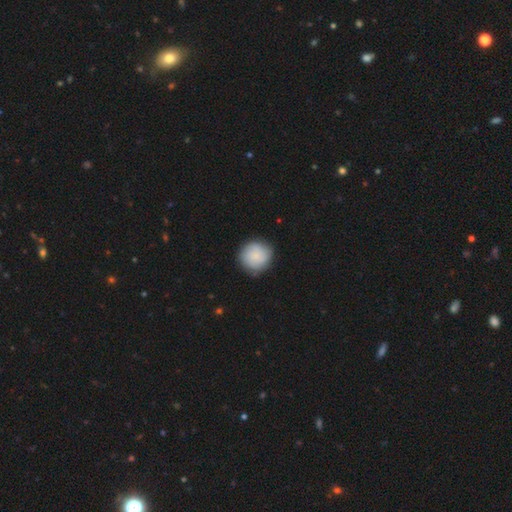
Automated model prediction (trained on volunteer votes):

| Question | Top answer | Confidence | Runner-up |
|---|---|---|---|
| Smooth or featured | smooth | 75% | featured or disk (19%) |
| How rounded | round | 92% | in between (7%) |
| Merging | none | 82% | minor disturbance (13%) |